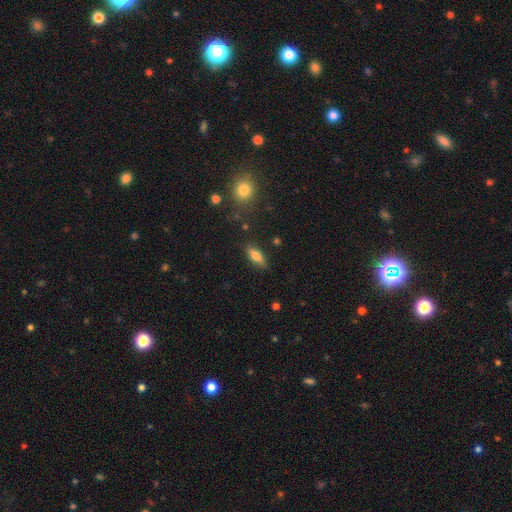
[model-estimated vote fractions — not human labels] Smooth or featured?
  - smooth: 71% *
  - featured or disk: 21%
  - star or artifact: 8%
How rounded?
  - in between: 67% *
  - cigar-shaped: 29%
  - round: 3%
Merging?
  - none: 83% *
  - minor disturbance: 12%
  - major disturbance: 3%
  - merger: 2%